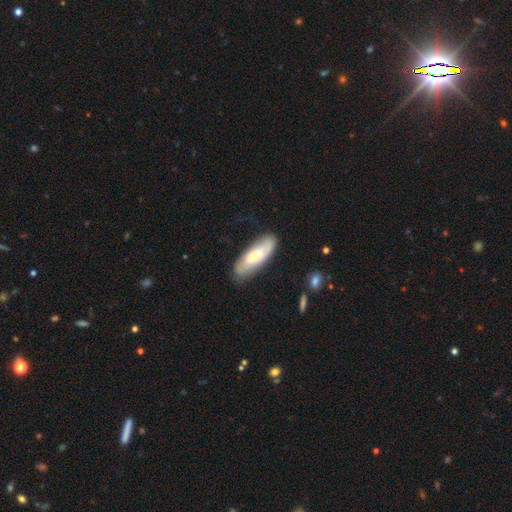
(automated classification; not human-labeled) Morphology: type=smooth (59%); roundness=in between (58%); merging=none (78%).